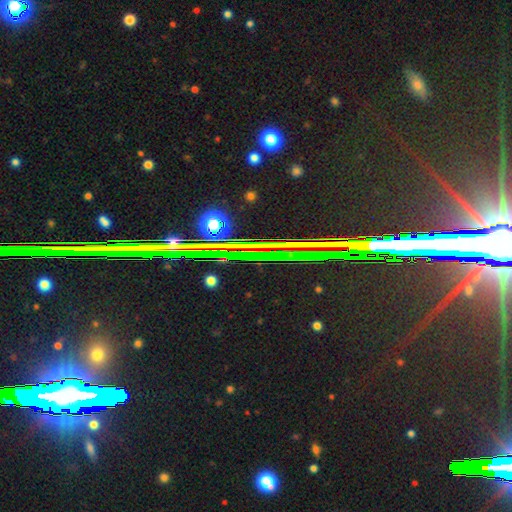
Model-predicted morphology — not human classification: A star or artifact, not a galaxy (85%).

Vote fractions:
- Smooth or featured? star or artifact: 85% / featured or disk: 9% / smooth: 6%